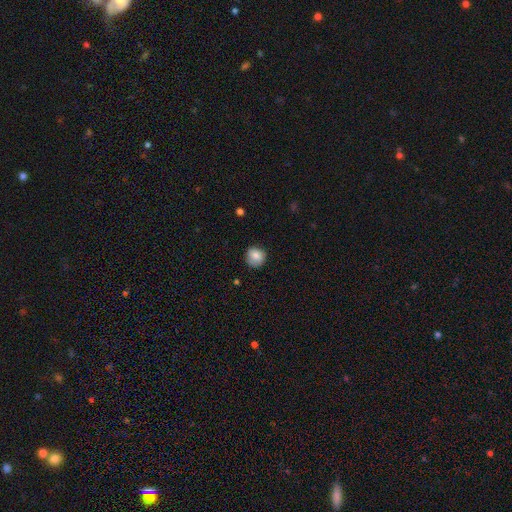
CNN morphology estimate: smooth_or_featured: smooth (p=0.83) [alt: featured or disk p=0.09]
how_rounded: round (p=0.88) [alt: in between p=0.11]
merging: none (p=0.80) [alt: minor disturbance p=0.16]